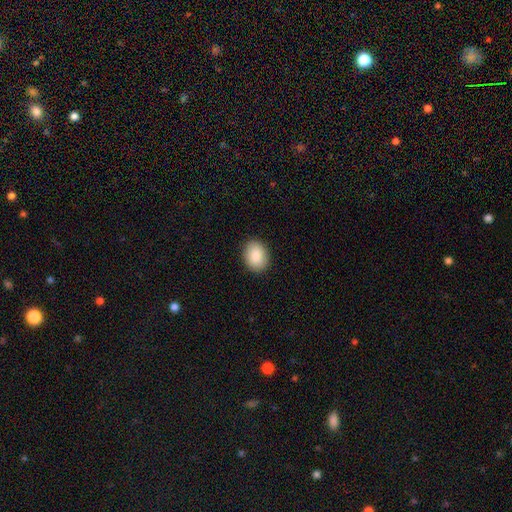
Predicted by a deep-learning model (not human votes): Smooth or featured? Predicted: smooth (p=0.88). How rounded? Predicted: in between (p=0.66). Merging? Predicted: none (p=0.89).